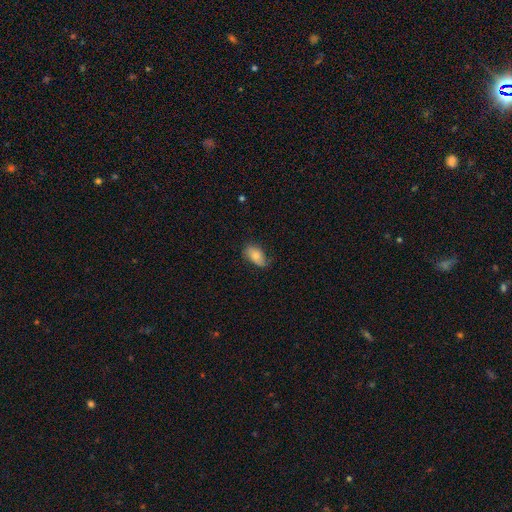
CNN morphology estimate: Smooth or featured: smooth — 73% (featured or disk — 19%)
How rounded: in between — 92% (round — 4%)
Merging: none — 65% (minor disturbance — 28%)